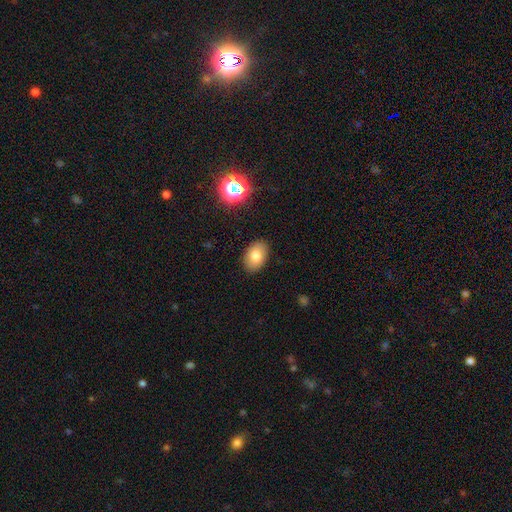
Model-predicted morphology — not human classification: The model was most divided on "smooth or featured": smooth: 79%, featured or disk: 11%, star or artifact: 9%. More confident: merging — none (88%); how rounded — in between (86%).